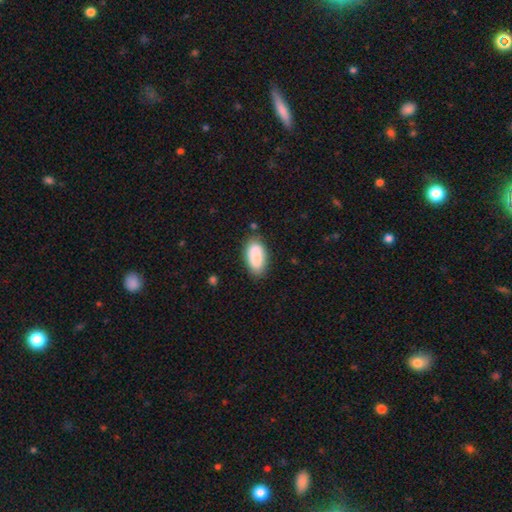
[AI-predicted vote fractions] Smooth or featured? Predicted: smooth (p=0.84). How rounded? Predicted: in between (p=0.91). Merging? Predicted: none (p=0.76).